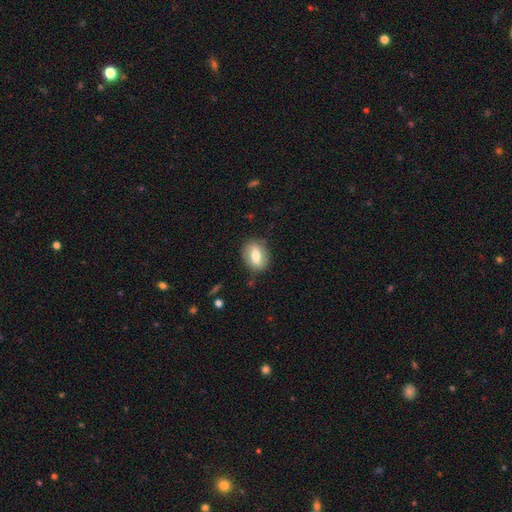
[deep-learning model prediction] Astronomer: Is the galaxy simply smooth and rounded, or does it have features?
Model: smooth — 62%.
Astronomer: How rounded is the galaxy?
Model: in between — 67%.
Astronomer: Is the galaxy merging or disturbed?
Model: none — 78%.